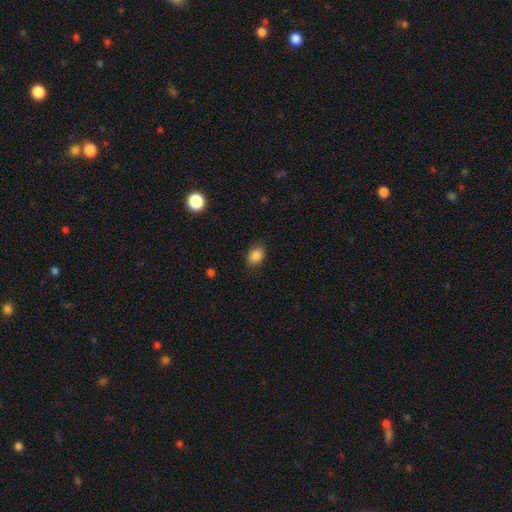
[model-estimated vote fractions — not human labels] This appears to be a smooth galaxy with no disk features (86%) that is in between round and cigar-shaped (75%). Merging: none (84%).